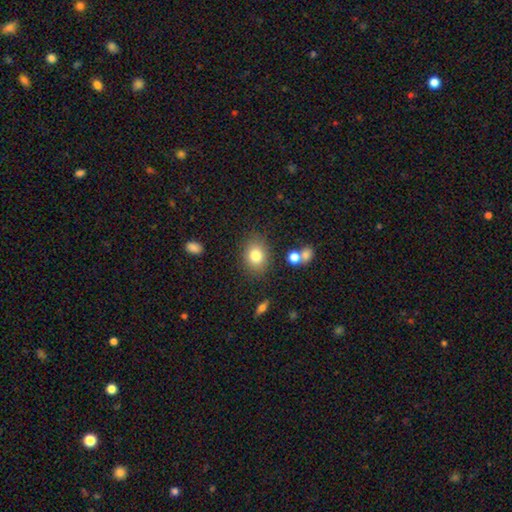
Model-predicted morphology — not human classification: type=smooth (80%); roundness=in between (52%); merging=none (82%).